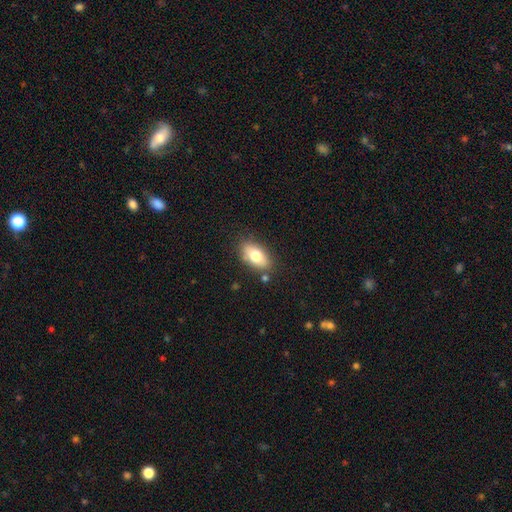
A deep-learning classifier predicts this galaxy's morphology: Smooth or featured: smooth — 74% (featured or disk — 18%)
How rounded: in between — 89% (round — 6%)
Merging: none — 79% (minor disturbance — 13%)